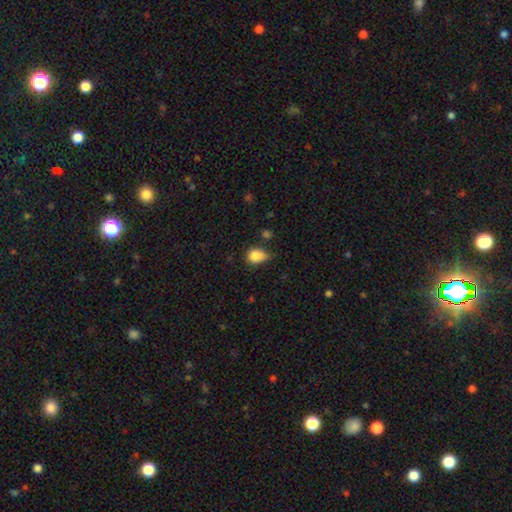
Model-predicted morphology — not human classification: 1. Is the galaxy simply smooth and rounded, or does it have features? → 85% smooth, 10% star or artifact, 6% featured or disk.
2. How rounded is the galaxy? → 50% in between, 49% round, 1% cigar-shaped.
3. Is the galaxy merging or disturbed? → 44% none, 42% minor disturbance, 10% major disturbance, 5% merger.